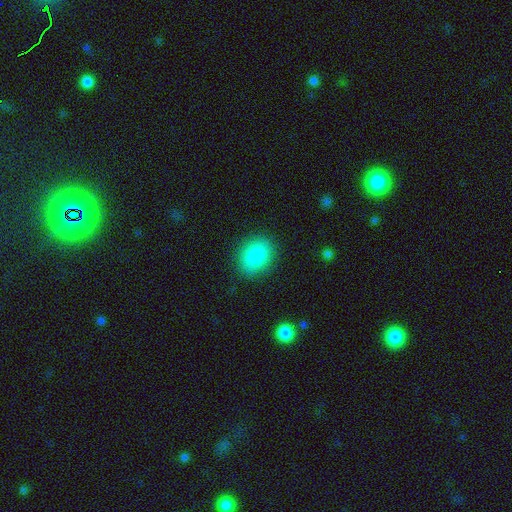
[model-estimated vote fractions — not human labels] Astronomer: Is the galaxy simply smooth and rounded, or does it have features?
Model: smooth — 87%.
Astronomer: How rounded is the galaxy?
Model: in between — 54% (runner-up: round, 45%).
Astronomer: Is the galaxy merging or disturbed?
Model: none — 88%.